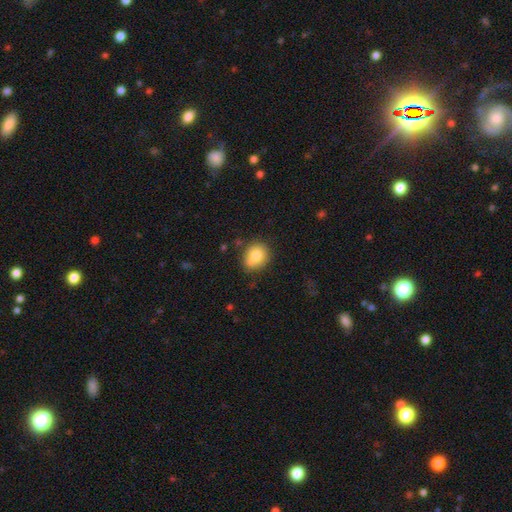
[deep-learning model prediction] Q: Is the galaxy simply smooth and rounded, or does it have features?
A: smooth — 80%.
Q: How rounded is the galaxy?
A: round — 61%.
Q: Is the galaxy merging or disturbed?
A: none — 69%.